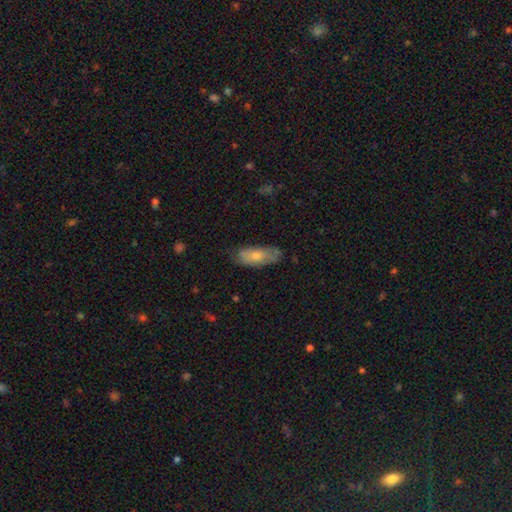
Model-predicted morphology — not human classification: The model was most divided on "smooth or featured": smooth: 58%, featured or disk: 35%, star or artifact: 7%. More confident: how rounded — in between (73%); merging — none (72%).